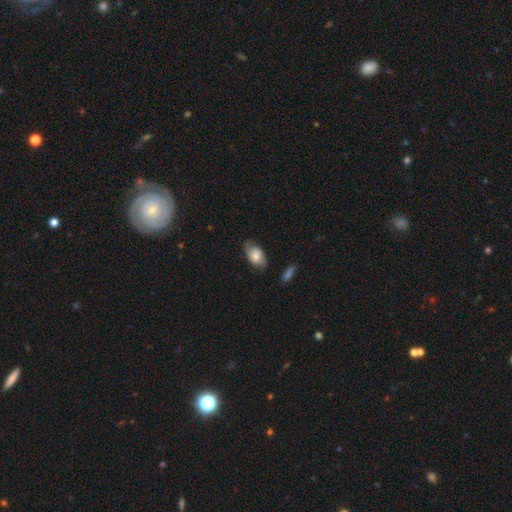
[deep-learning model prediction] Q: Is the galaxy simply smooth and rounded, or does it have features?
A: smooth — 67%.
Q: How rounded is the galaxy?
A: in between — 90%.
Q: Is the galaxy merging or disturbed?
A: none — 67%.